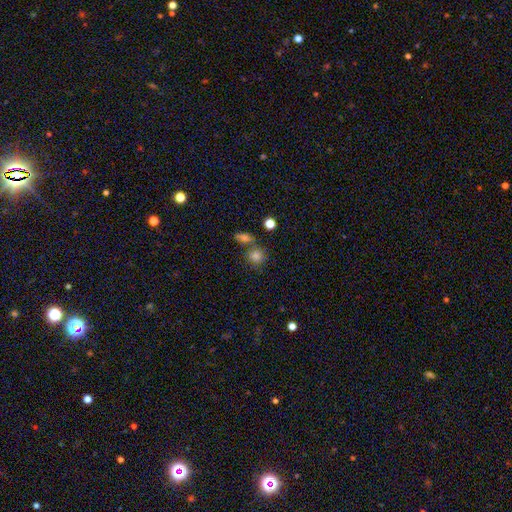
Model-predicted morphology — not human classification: Smooth or featured?
  - smooth: 75% *
  - star or artifact: 16%
  - featured or disk: 9%
How rounded?
  - round: 83% *
  - in between: 15%
  - cigar-shaped: 2%
Merging?
  - none: 60% *
  - merger: 25%
  - minor disturbance: 10%
  - major disturbance: 4%